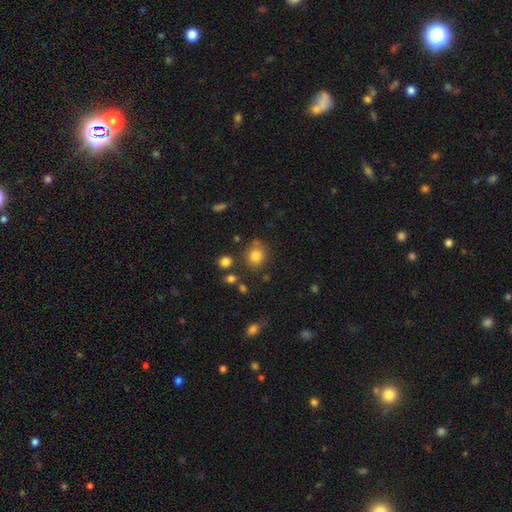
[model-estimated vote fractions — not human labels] Smooth or featured?
  - smooth: 82% *
  - star or artifact: 12%
  - featured or disk: 7%
How rounded?
  - round: 75% *
  - in between: 24%
  - cigar-shaped: 1%
Merging?
  - none: 76% *
  - minor disturbance: 13%
  - merger: 7%
  - major disturbance: 4%